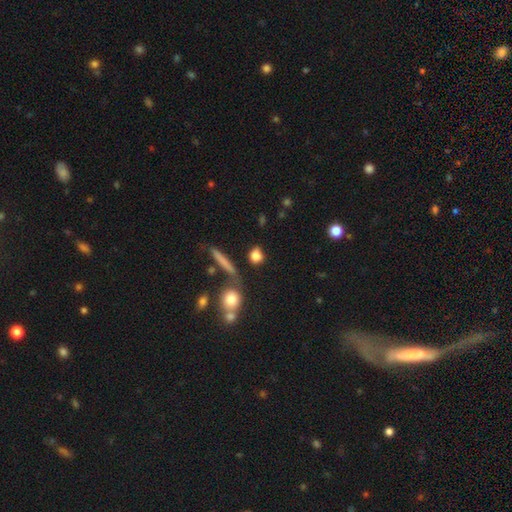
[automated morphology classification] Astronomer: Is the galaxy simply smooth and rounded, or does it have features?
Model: smooth — 82%.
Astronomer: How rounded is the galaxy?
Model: round — 59%.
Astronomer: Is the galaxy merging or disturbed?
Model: none — 73%.